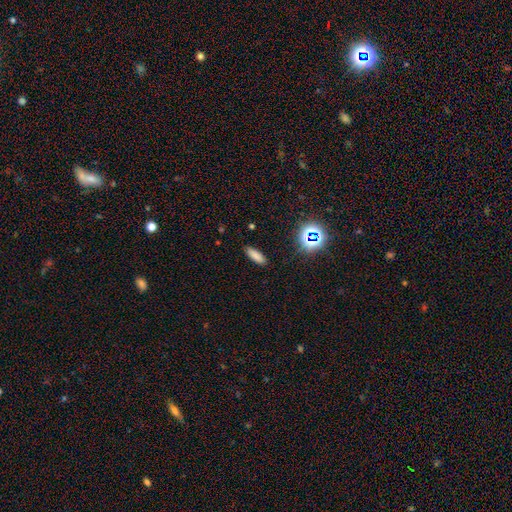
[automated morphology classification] Smooth or featured? Predicted: smooth (p=0.79). How rounded? Predicted: in between (p=0.53). Merging? Predicted: none (p=0.88).